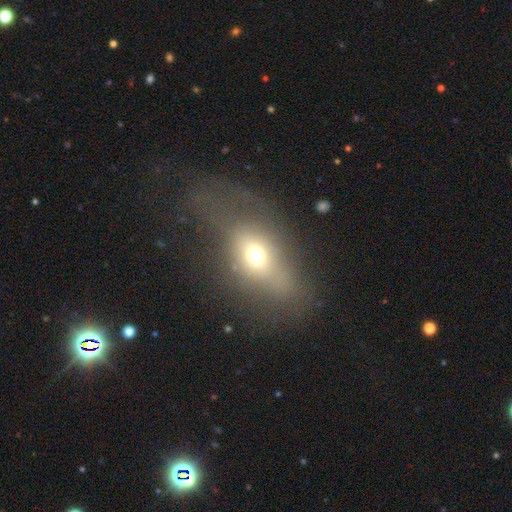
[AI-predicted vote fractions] This appears to be a smooth galaxy with no disk features (58%) that is in between round and cigar-shaped (71%). Merging: none (43%).